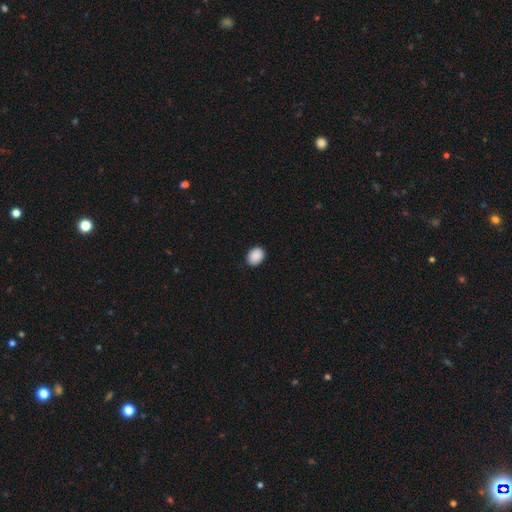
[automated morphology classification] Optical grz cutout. It shows a smooth galaxy with no disk features (90%) that is in between round and cigar-shaped (61%). Merging: none (88%).